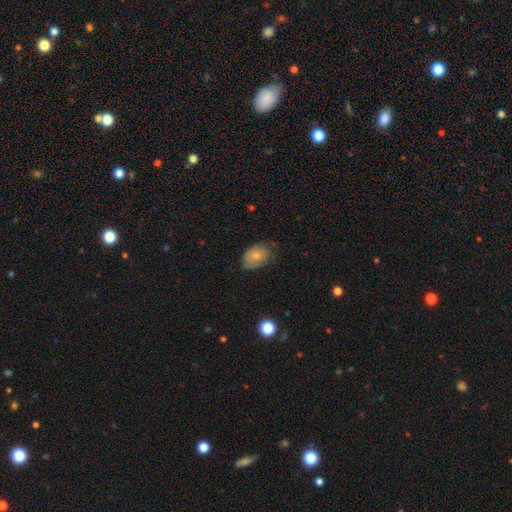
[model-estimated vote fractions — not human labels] Q: Smooth or featured?
A: smooth (70%); runner-up: featured or disk (23%)
Q: How rounded?
A: in between (84%); runner-up: round (15%)
Q: Merging?
A: none (59%); runner-up: minor disturbance (31%)